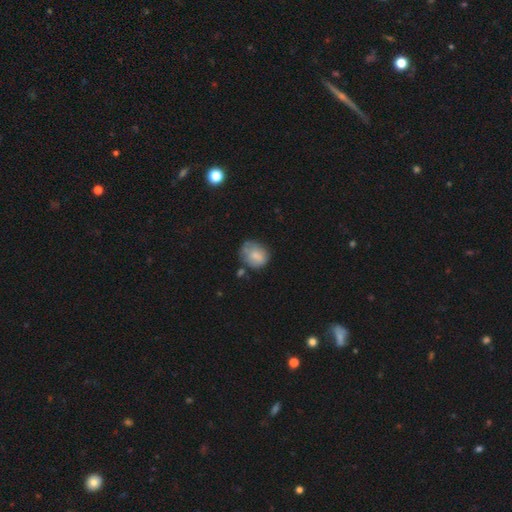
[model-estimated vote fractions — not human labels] Smooth or featured? smooth (75%)
How rounded? round (61%)
Merging? none (55%)